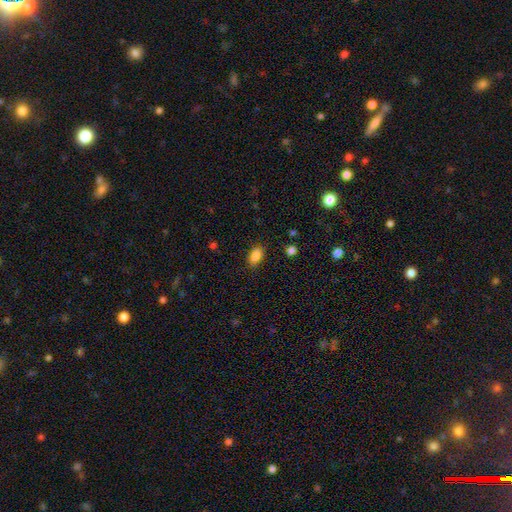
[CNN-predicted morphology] smooth_or_featured: smooth (p=0.87) [alt: star or artifact p=0.09]
how_rounded: in between (p=0.89) [alt: round p=0.08]
merging: none (p=0.85) [alt: minor disturbance p=0.10]